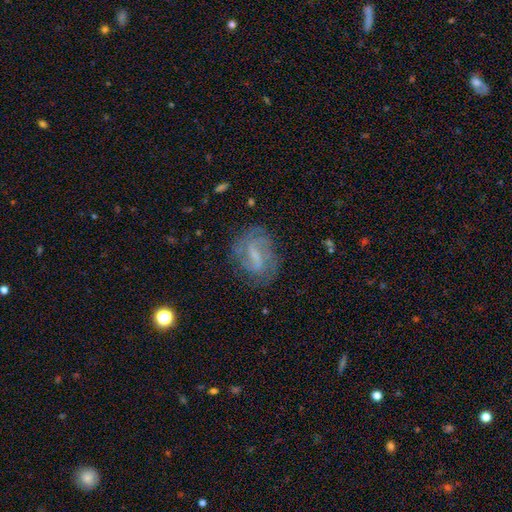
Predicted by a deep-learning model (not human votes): The model was most divided on "spiral winding": medium: 42%, tight: 39%, loose: 20%. Remaining: edge-on disk — no (96%); spiral arms — yes (87%); smooth or featured — featured or disk (73%); merging — none (70%); bar — weak (50%); spiral arm count — 2 (50%); bulge size — small (40%).